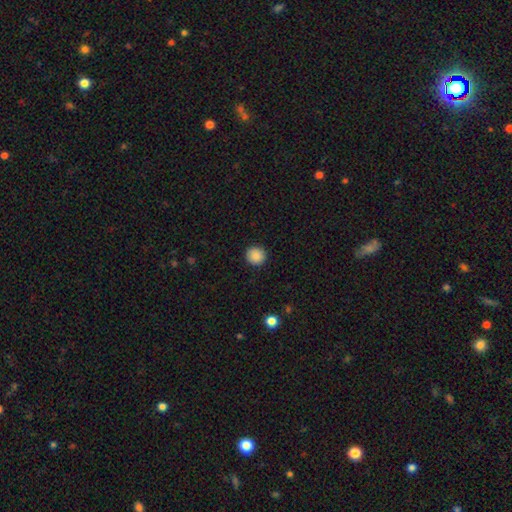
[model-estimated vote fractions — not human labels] The model was most divided on "smooth or featured": smooth: 88%, star or artifact: 9%, featured or disk: 3%. More confident: merging — none (92%); how rounded — round (91%).